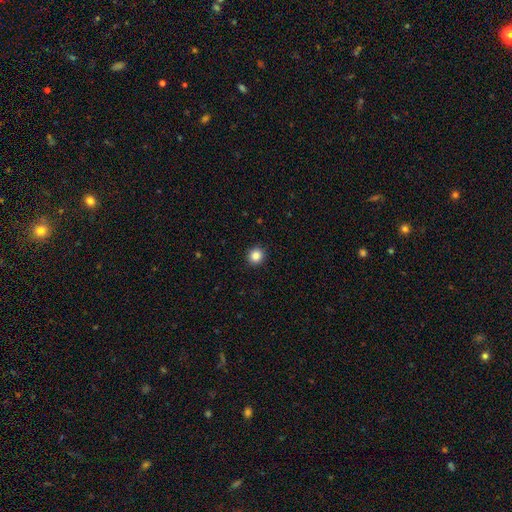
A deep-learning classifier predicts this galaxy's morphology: Smooth or featured?
  - smooth: 86% *
  - star or artifact: 10%
  - featured or disk: 4%
How rounded?
  - round: 90% *
  - in between: 9%
  - cigar-shaped: 1%
Merging?
  - none: 93% *
  - minor disturbance: 5%
  - major disturbance: 2%
  - merger: 1%